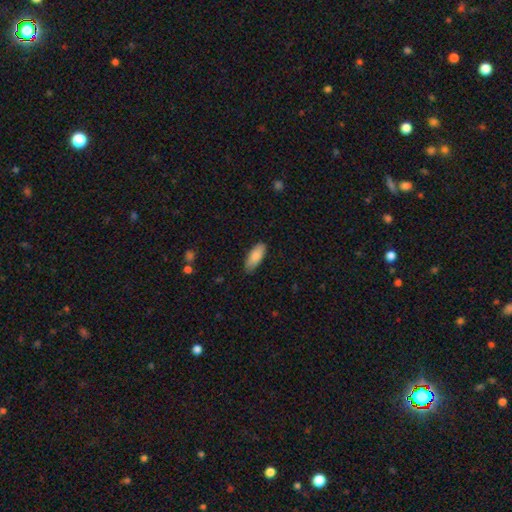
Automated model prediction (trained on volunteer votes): A smooth galaxy with no disk features (88%) that is in between round and cigar-shaped (79%).

Vote fractions:
- Smooth or featured? smooth: 88% / featured or disk: 6% / star or artifact: 6%
- How rounded? in between: 79% / cigar-shaped: 19% / round: 2%
- Merging? none: 83% / minor disturbance: 14% / major disturbance: 2% / merger: 1%